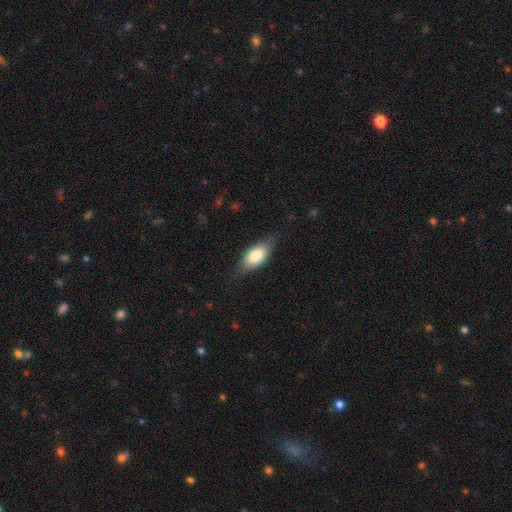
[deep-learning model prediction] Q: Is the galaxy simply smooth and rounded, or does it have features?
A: smooth — 73%.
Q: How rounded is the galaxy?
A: in between — 85%.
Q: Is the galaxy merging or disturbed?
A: none — 75%.